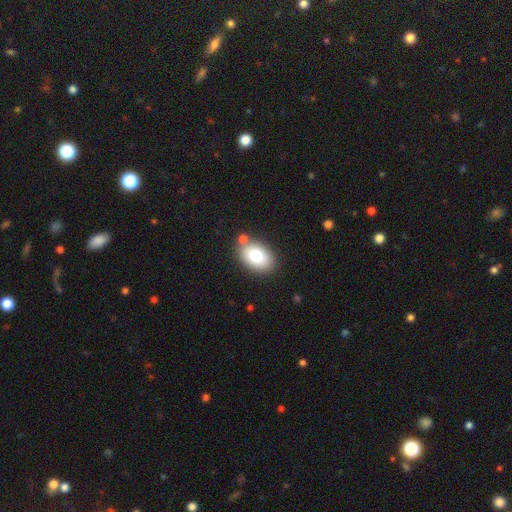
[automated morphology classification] smooth_or_featured: smooth (p=0.81) [alt: featured or disk p=0.11]
how_rounded: in between (p=0.87) [alt: round p=0.12]
merging: none (p=0.77) [alt: minor disturbance p=0.12]